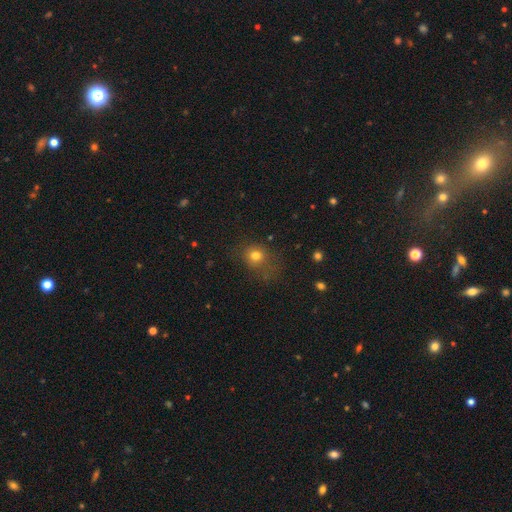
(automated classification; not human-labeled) The model was most divided on "merging": none: 65%, minor disturbance: 19%, major disturbance: 13%, merger: 3%. More confident: smooth or featured — smooth (75%); how rounded — round (72%).